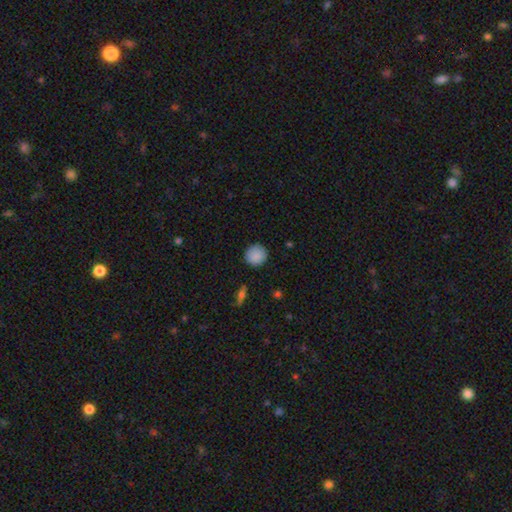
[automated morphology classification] Overall: smooth (88%). How rounded: round (93%). Merging: none (90%).